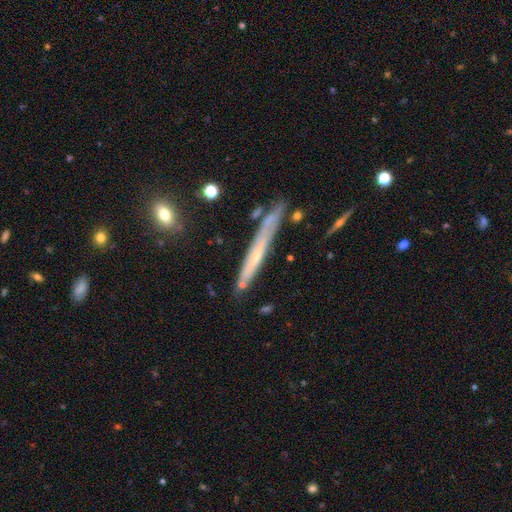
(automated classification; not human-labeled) This appears to be a featured or disk galaxy (60%) viewed edge-on (85%) with no central bulge (54%). Merging: none (71%).